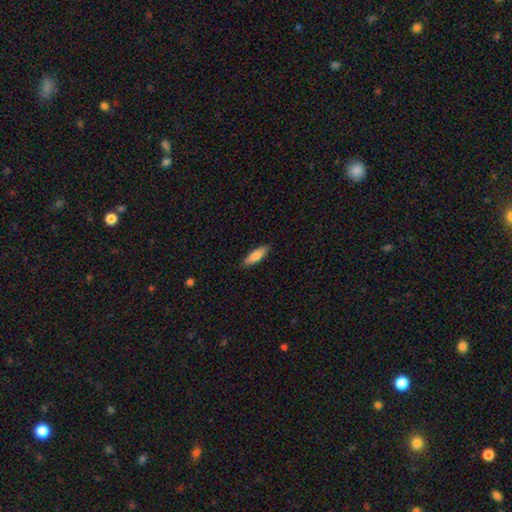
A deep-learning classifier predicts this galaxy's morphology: This is likely a smooth galaxy (80%). How rounded: possibly cigar-shaped (56%). Merging: clearly none (87%).